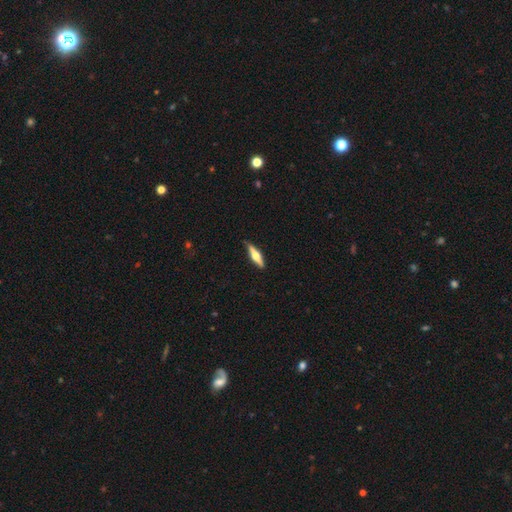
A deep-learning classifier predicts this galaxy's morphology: This is possibly a featured or disk galaxy (59%). It is clearly viewed edge-on (96%). Edge-on bulge: clearly rounded (93%). Merging: clearly none (87%).